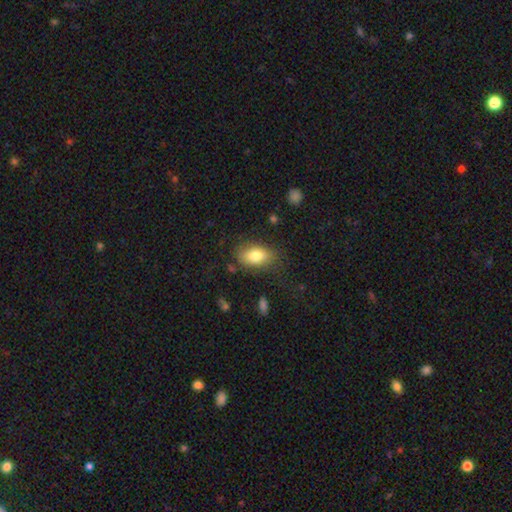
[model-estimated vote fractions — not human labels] This is clearly a smooth galaxy (80%). How rounded: clearly in between (89%). Merging: likely none (75%).